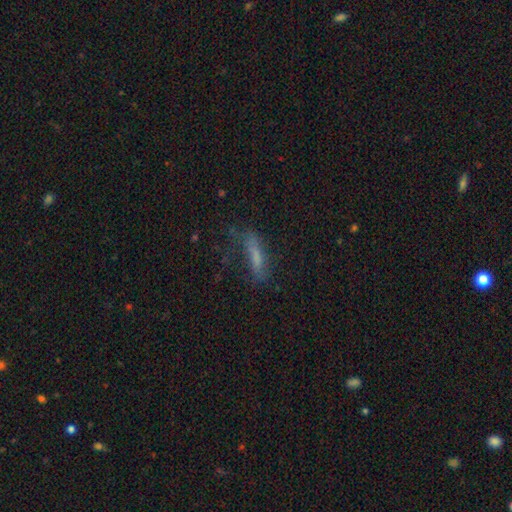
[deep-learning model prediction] This is possibly a smooth galaxy (58%). How rounded: likely cigar-shaped (76%). Merging: possibly none (53%).